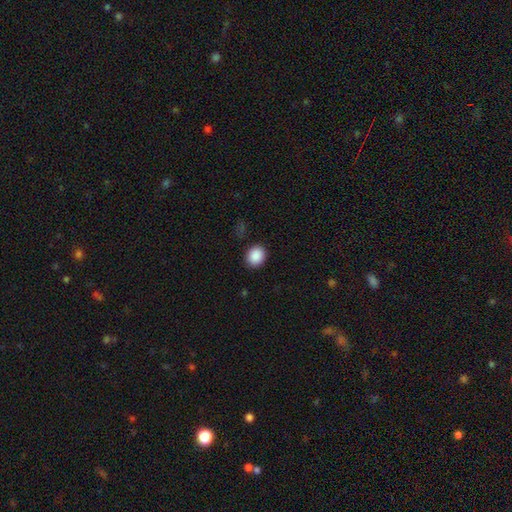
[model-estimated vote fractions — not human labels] Smooth or featured? Predicted: smooth (p=0.89). How rounded? Predicted: round (p=0.63). Merging? Predicted: none (p=0.89).